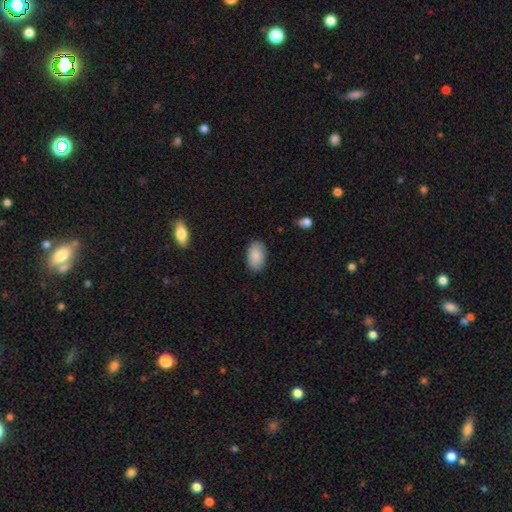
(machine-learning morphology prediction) smooth_or_featured: smooth (p=0.88) [alt: star or artifact p=0.07]
how_rounded: in between (p=0.93) [alt: round p=0.06]
merging: none (p=0.86) [alt: minor disturbance p=0.11]